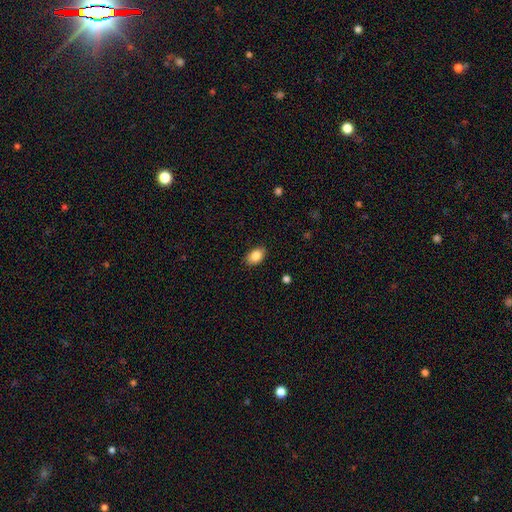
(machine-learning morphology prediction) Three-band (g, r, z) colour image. It shows a smooth galaxy with no disk features (86%) that is in between round and cigar-shaped (87%). Merging: none (87%).